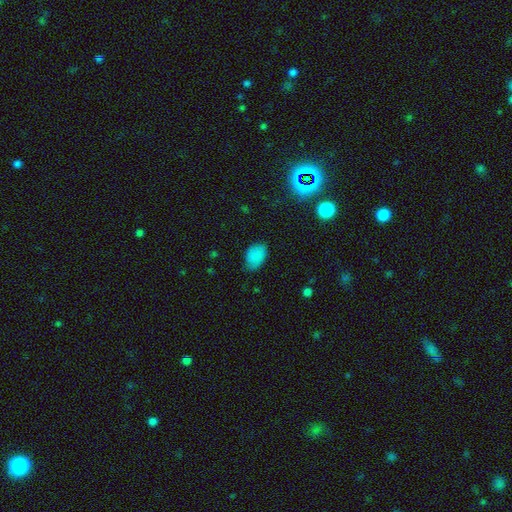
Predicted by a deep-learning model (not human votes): Smooth or featured? Predicted: smooth (p=0.81). How rounded? Predicted: in between (p=0.86). Merging? Predicted: none (p=0.65).